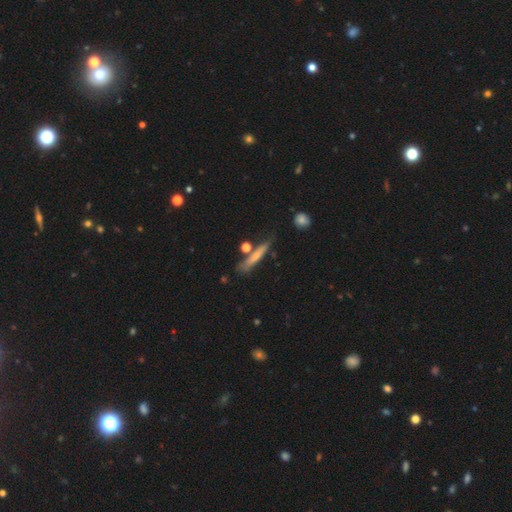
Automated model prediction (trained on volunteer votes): Morphology: type=smooth (62%); roundness=cigar-shaped (90%); merging=none (71%).